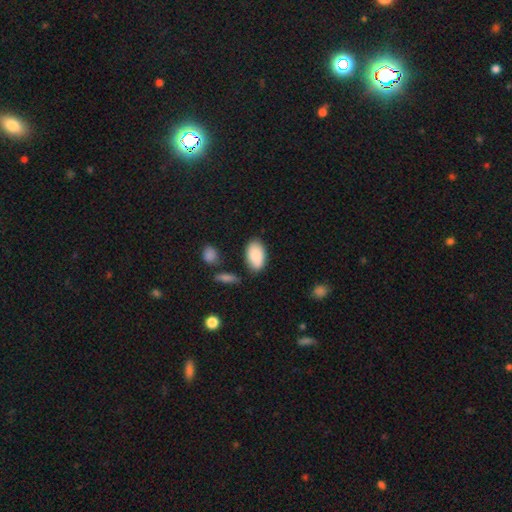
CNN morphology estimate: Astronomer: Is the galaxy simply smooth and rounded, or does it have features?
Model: smooth — 87%.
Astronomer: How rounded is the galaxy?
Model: in between — 94%.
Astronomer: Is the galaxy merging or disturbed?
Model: none — 75%.